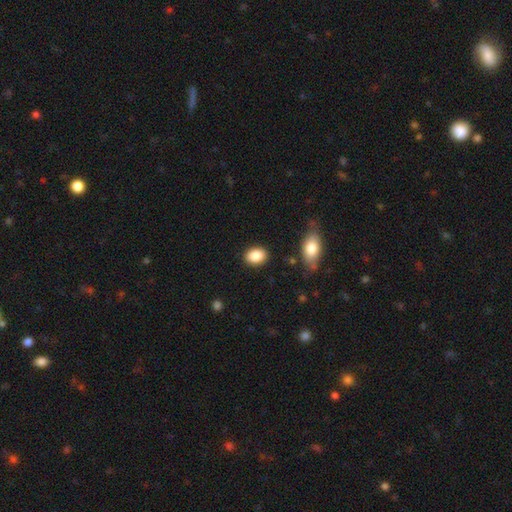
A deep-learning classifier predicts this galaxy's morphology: type=smooth (87%); roundness=in between (70%); merging=none (87%).